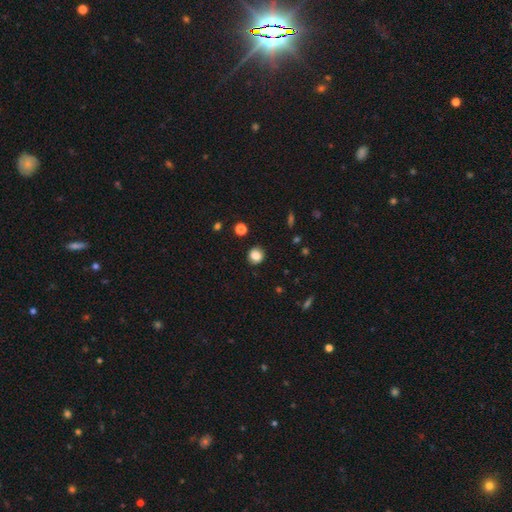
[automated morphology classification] type=smooth (83%); roundness=round (88%); merging=none (89%).